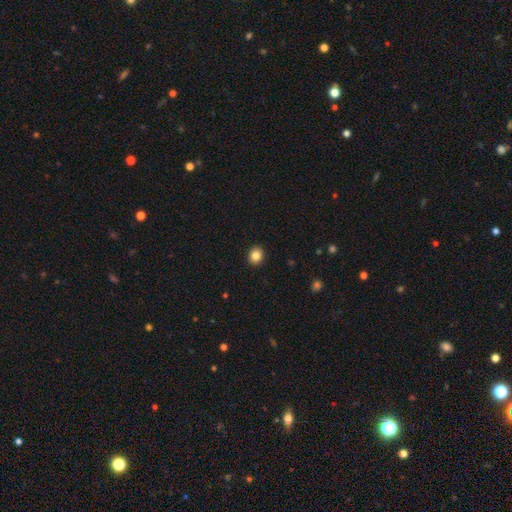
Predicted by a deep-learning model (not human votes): Smooth or featured? Predicted: smooth (p=0.84). How rounded? Predicted: round (p=0.76). Merging? Predicted: none (p=0.92).